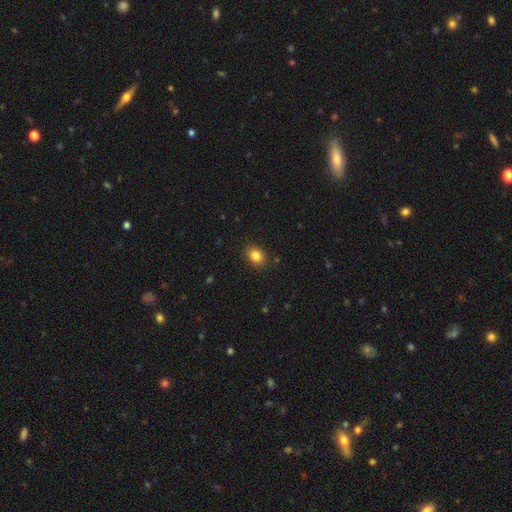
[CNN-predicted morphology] Smooth or featured? smooth (84%)
How rounded? in between (56%)
Merging? none (87%)